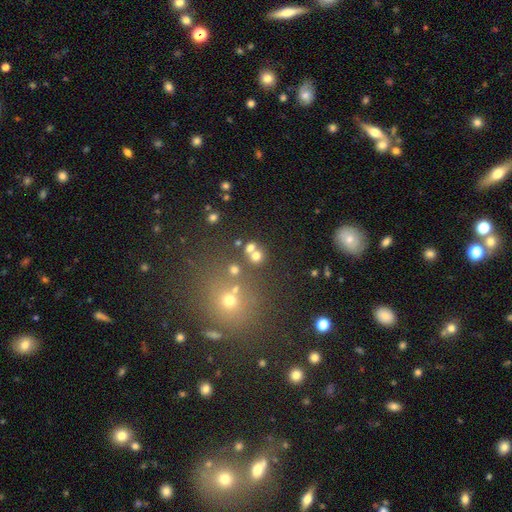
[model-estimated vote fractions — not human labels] Smooth or featured?
  - smooth: 68% *
  - star or artifact: 20%
  - featured or disk: 11%
How rounded?
  - round: 88% *
  - in between: 11%
  - cigar-shaped: 1%
Merging?
  - none: 65% *
  - merger: 23%
  - minor disturbance: 8%
  - major disturbance: 4%